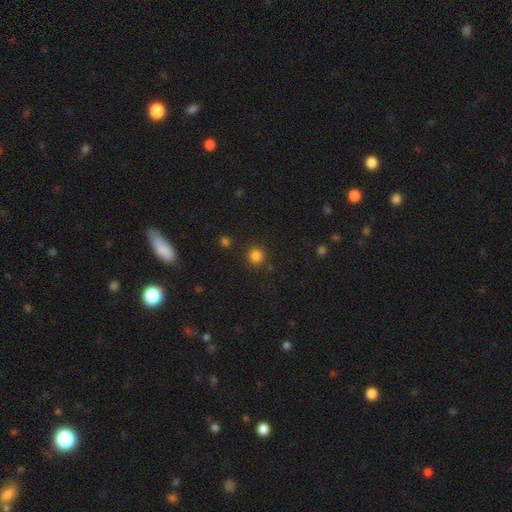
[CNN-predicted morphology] The model was most divided on "smooth or featured": smooth: 83%, star or artifact: 13%, featured or disk: 4%. More confident: how rounded — round (91%); merging — none (87%).